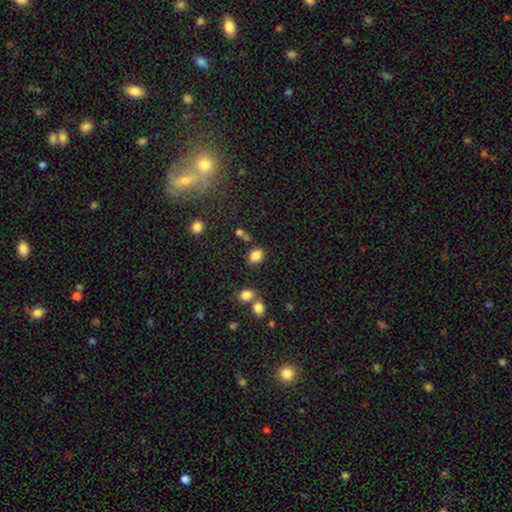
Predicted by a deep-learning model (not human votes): Q: Smooth or featured?
A: smooth (84%); runner-up: star or artifact (11%)
Q: How rounded?
A: in between (69%); runner-up: round (30%)
Q: Merging?
A: none (74%); runner-up: minor disturbance (12%)